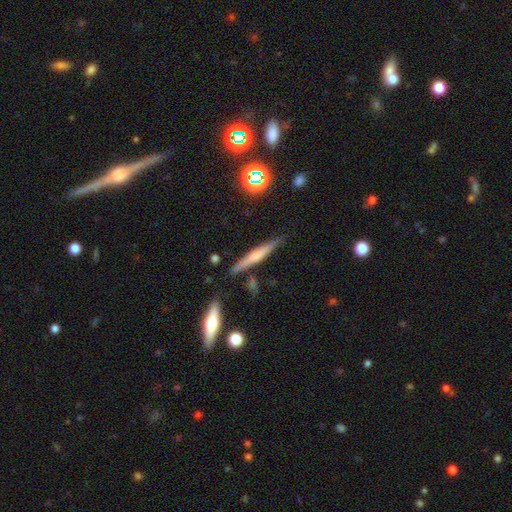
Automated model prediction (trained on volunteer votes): This is possibly a featured or disk galaxy (49%). Merging: clearly none (83%).